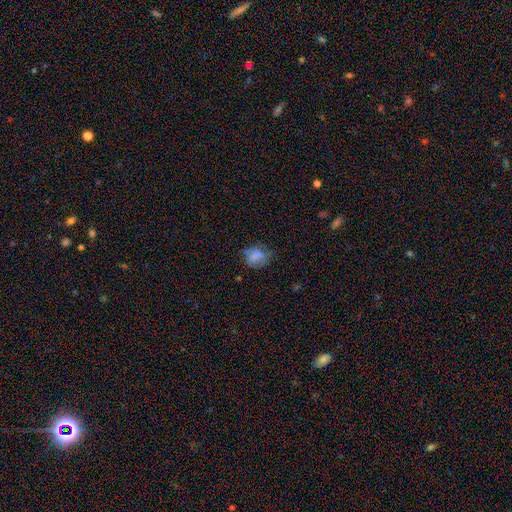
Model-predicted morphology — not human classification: Q: Smooth or featured?
A: smooth (71%); runner-up: featured or disk (18%)
Q: How rounded?
A: in between (51%); runner-up: round (48%)
Q: Merging?
A: none (56%); runner-up: minor disturbance (28%)